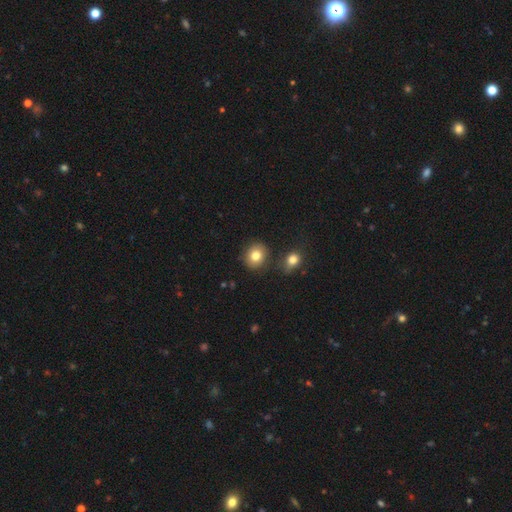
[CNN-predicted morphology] A smooth galaxy with no disk features (81%) that is round (77%). Merging: none (80%).